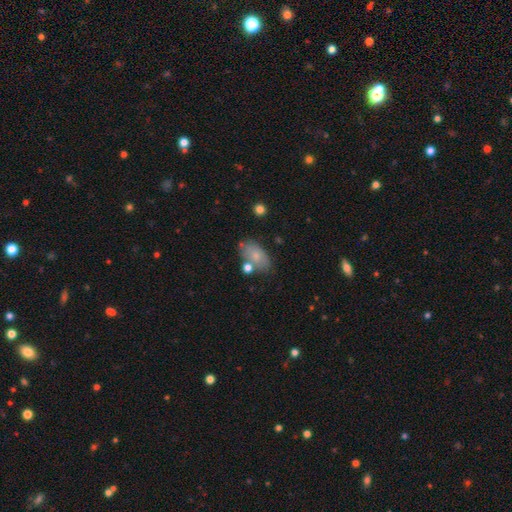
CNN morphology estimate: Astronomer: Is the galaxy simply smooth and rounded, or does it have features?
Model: smooth — 74%.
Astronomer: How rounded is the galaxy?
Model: in between — 90%.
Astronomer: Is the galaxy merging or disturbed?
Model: none — 61%.